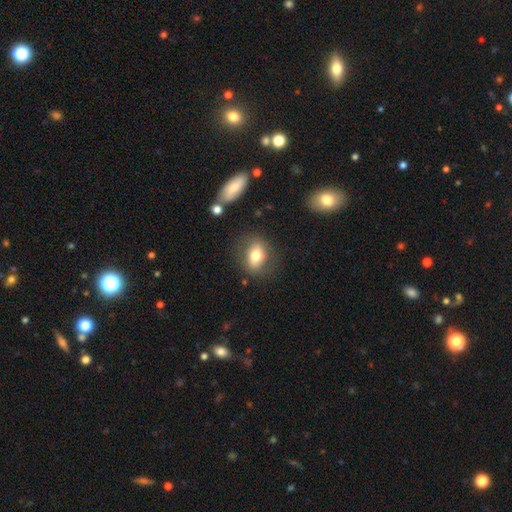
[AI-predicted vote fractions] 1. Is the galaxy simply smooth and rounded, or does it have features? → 71% smooth, 22% featured or disk, 8% star or artifact.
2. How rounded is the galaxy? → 71% in between, 26% round, 3% cigar-shaped.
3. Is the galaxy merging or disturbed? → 76% none, 15% minor disturbance, 6% major disturbance, 4% merger.